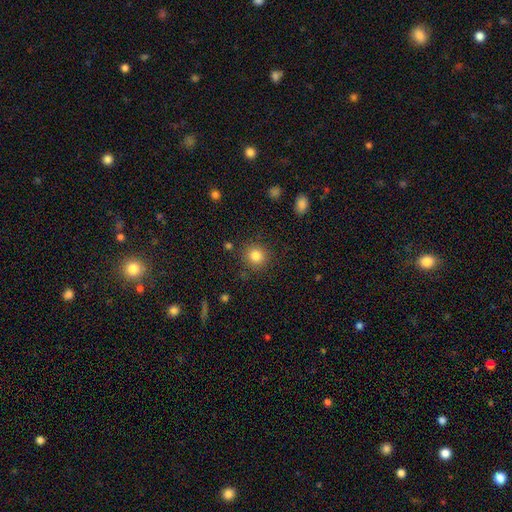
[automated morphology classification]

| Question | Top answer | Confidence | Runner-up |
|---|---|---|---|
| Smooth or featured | smooth | 83% | star or artifact (11%) |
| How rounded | round | 90% | in between (9%) |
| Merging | none | 88% | minor disturbance (7%) |